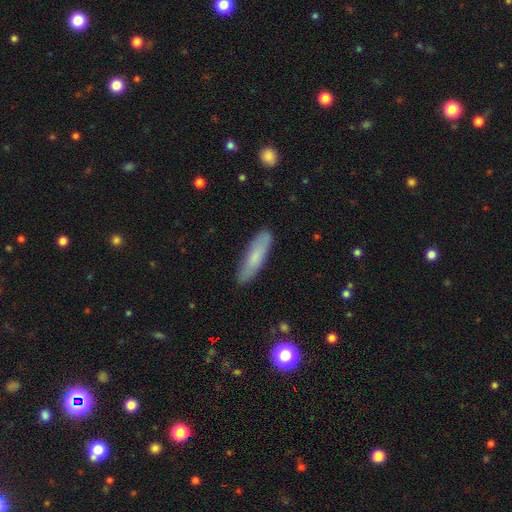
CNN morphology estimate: Smooth or featured?
  - smooth: 74% *
  - featured or disk: 20%
  - star or artifact: 7%
How rounded?
  - cigar-shaped: 74% *
  - in between: 24%
  - round: 2%
Merging?
  - none: 85% *
  - minor disturbance: 11%
  - major disturbance: 2%
  - merger: 1%